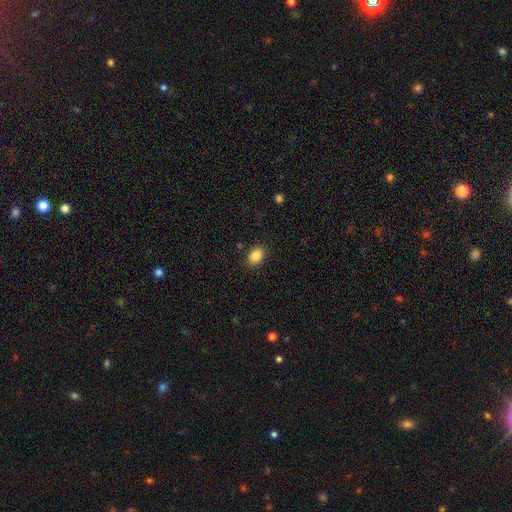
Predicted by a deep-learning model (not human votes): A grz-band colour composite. It shows a smooth galaxy with no disk features (86%) that is in between round and cigar-shaped (75%). Merging: none (87%).